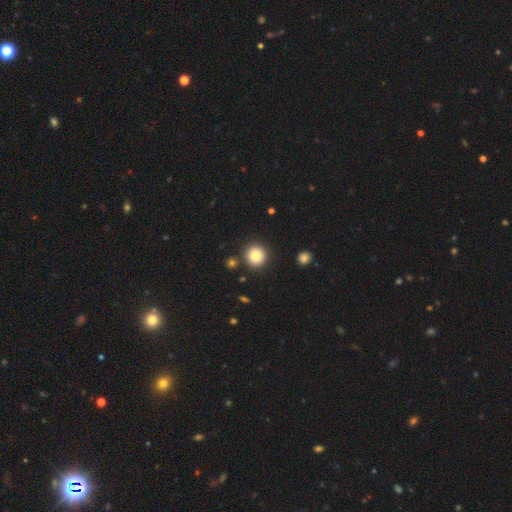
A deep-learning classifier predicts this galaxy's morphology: A smooth galaxy with no disk features (86%) that is round (93%).

Vote fractions:
- Smooth or featured? smooth: 86% / star or artifact: 9% / featured or disk: 5%
- How rounded? round: 93% / in between: 6% / cigar-shaped: 1%
- Merging? none: 87% / minor disturbance: 6% / merger: 4% / major disturbance: 2%